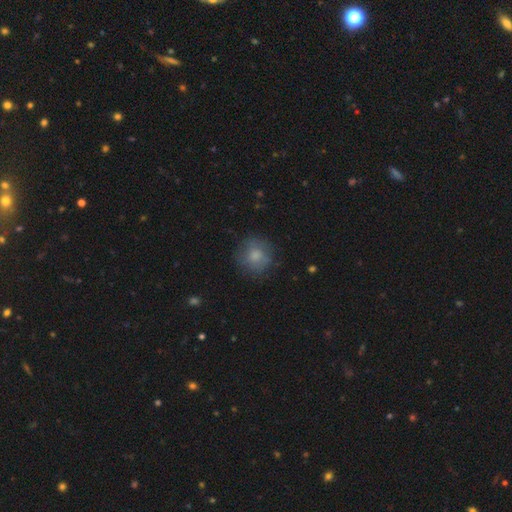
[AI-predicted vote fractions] Smooth or featured?
  - smooth: 75% *
  - featured or disk: 16%
  - star or artifact: 9%
How rounded?
  - round: 89% *
  - in between: 10%
  - cigar-shaped: 1%
Merging?
  - none: 75% *
  - minor disturbance: 17%
  - major disturbance: 7%
  - merger: 1%